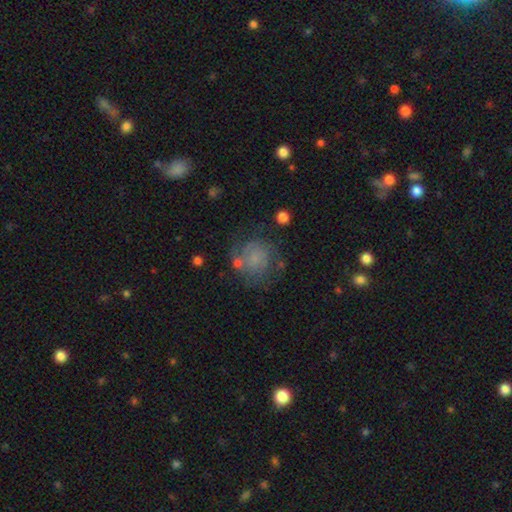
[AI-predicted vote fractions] Overall: featured or disk (44%; smooth 43%). Merging: none (62%).